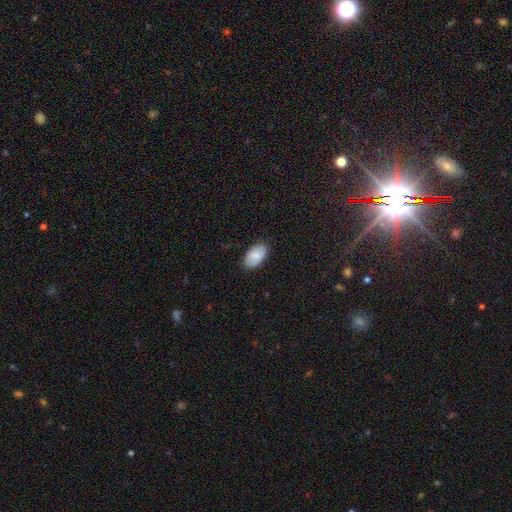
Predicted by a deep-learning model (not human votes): A smooth galaxy with no disk features (83%) that is in between round and cigar-shaped (95%). Merging: none (85%).